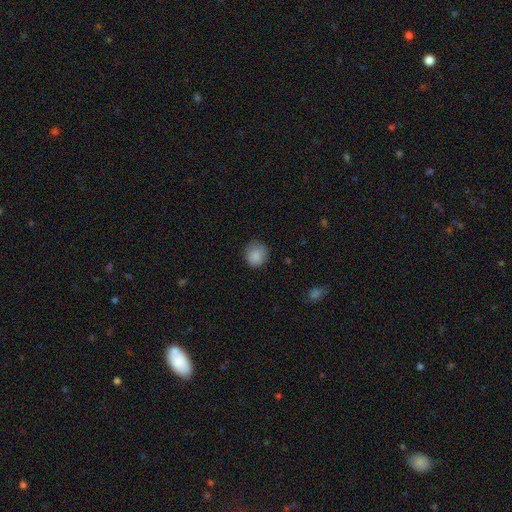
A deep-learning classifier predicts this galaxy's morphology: smooth 86%, star or artifact 8%, featured or disk 5%. Down the decision tree: how rounded — round (83%); merging — none (78%).